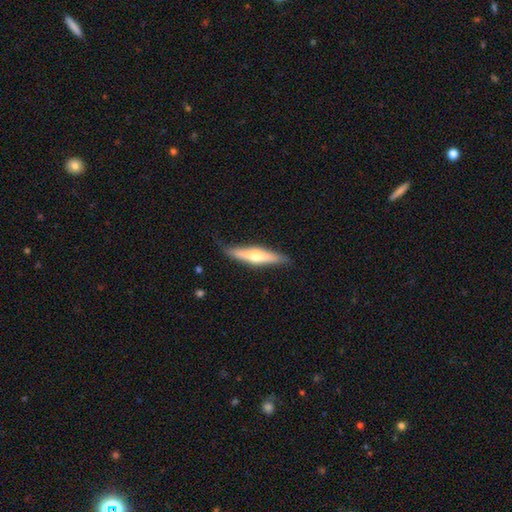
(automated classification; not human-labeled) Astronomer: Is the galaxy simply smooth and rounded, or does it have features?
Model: featured or disk — 52% (runner-up: smooth, 42%).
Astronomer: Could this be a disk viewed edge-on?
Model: yes — 92%.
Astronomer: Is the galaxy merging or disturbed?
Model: none — 81%.